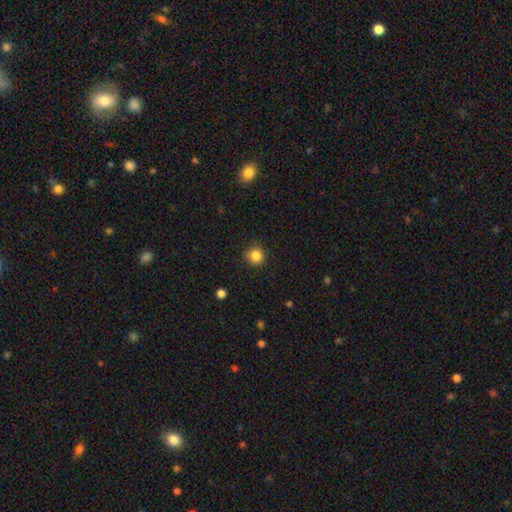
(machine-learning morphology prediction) smooth 85%, star or artifact 11%, featured or disk 4%. Down the decision tree: how rounded — round (93%); merging — none (86%).